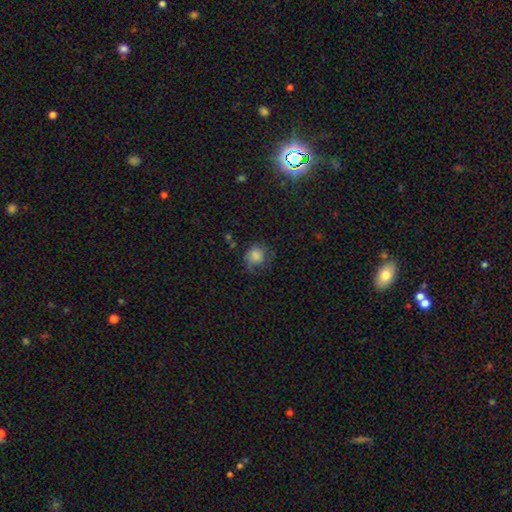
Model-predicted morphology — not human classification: A smooth galaxy with no disk features (77%) that is round (78%). Merging: none (54%).